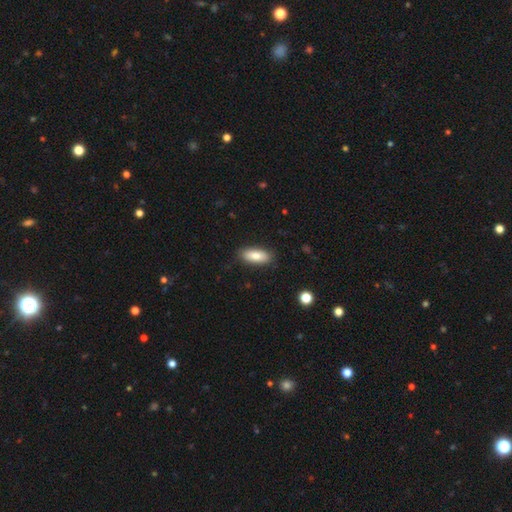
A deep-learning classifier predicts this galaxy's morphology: This is clearly a smooth galaxy (80%). How rounded: clearly in between (80%). Merging: clearly none (87%).